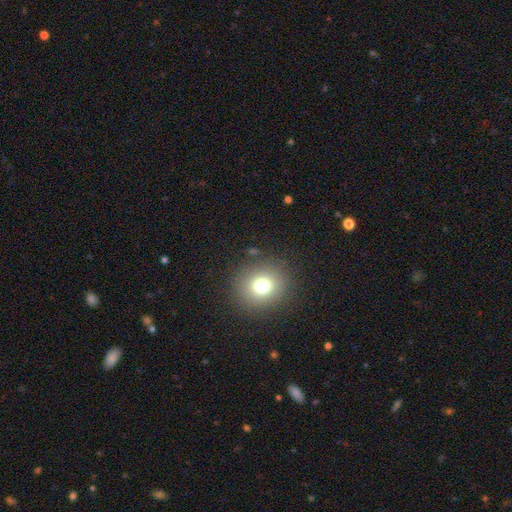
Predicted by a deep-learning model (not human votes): A smooth galaxy with no disk features (73%) that is round (83%).

Vote fractions:
- Smooth or featured? smooth: 73% / star or artifact: 19% / featured or disk: 9%
- How rounded? round: 83% / in between: 16% / cigar-shaped: 1%
- Merging? none: 91% / minor disturbance: 6% / major disturbance: 2% / merger: 1%